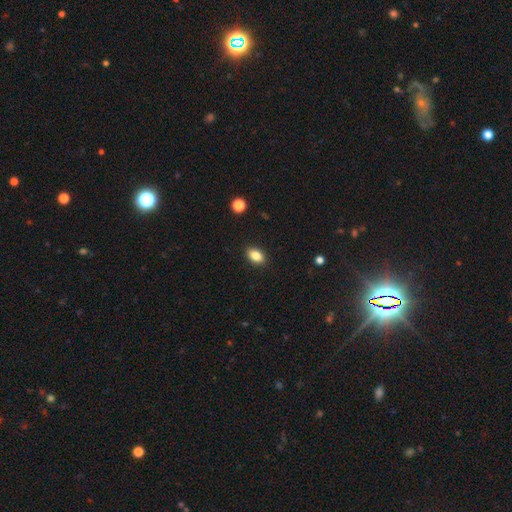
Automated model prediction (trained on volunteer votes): Smooth or featured: smooth — 85% (star or artifact — 9%)
How rounded: in between — 86% (round — 12%)
Merging: none — 90% (minor disturbance — 8%)